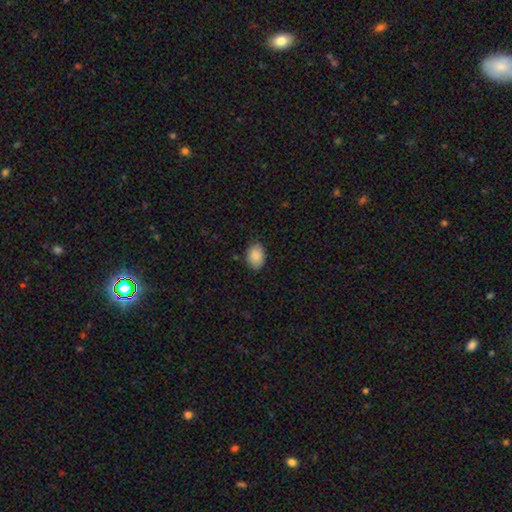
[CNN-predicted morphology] This is clearly a smooth galaxy (89%). How rounded: clearly in between (80%). Merging: clearly none (81%).